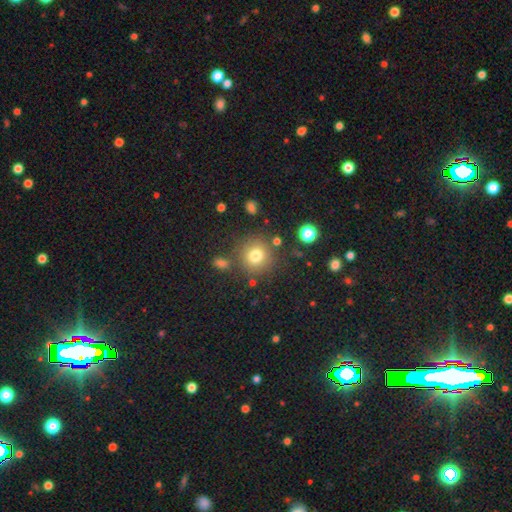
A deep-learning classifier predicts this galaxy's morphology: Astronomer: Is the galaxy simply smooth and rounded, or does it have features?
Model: smooth — 76%.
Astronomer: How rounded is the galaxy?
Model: round — 91%.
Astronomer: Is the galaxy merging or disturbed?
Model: none — 81%.